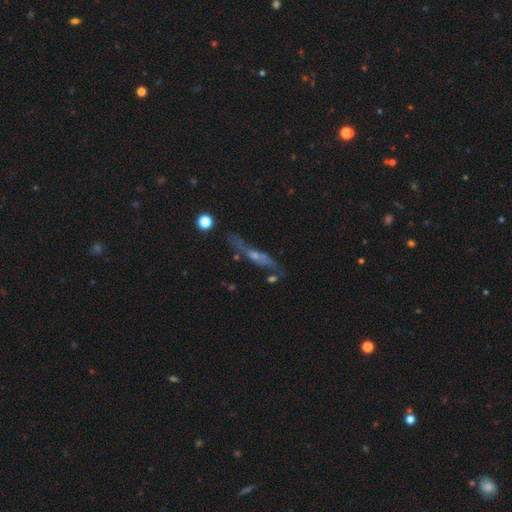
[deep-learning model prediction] Overall: featured or disk (62%). Edge-on disk: yes (67%; no 33%). Merging: none (62%).